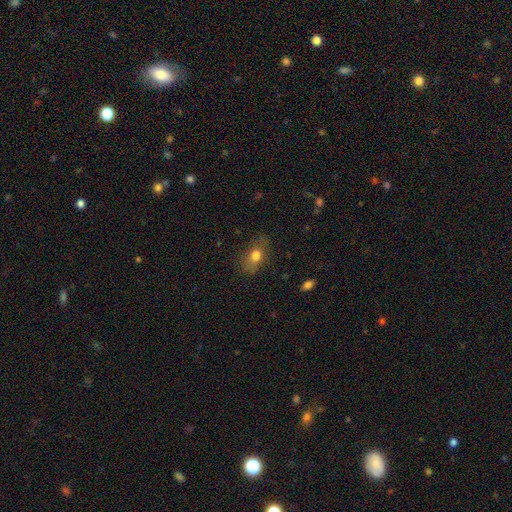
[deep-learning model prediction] A smooth galaxy with no disk features (73%) that is in between round and cigar-shaped (74%).

Vote fractions:
- Smooth or featured? smooth: 73% / featured or disk: 16% / star or artifact: 11%
- How rounded? in between: 74% / round: 22% / cigar-shaped: 4%
- Merging? none: 75% / minor disturbance: 17% / major disturbance: 6% / merger: 1%